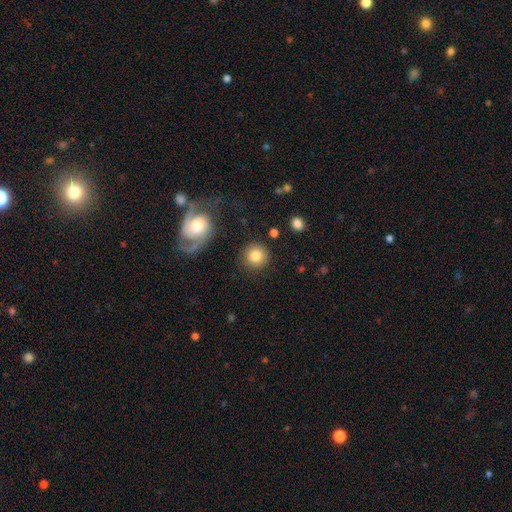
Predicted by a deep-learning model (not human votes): Overall: smooth (83%). How rounded: round (93%). Merging: none (87%).